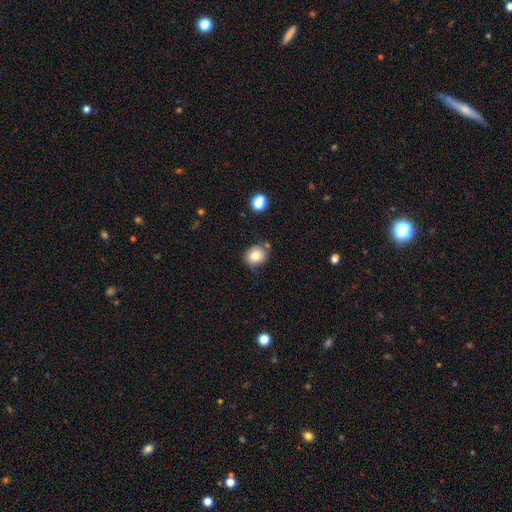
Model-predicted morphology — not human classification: Overall: smooth (79%). How rounded: round (77%). Merging: none (74%).